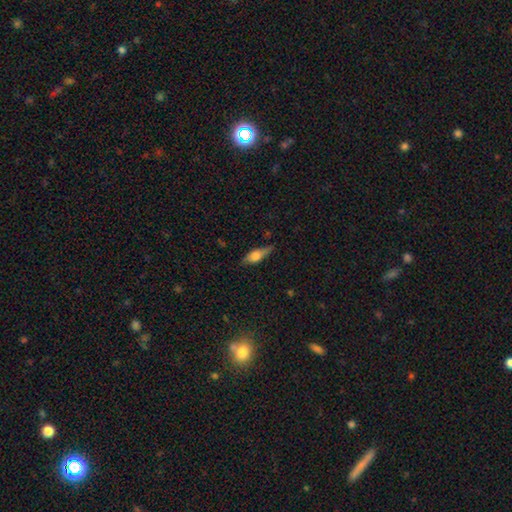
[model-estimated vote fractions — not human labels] smooth 57%, featured or disk 35%, star or artifact 8%. Down the decision tree: how rounded — in between (64%); merging — none (70%).